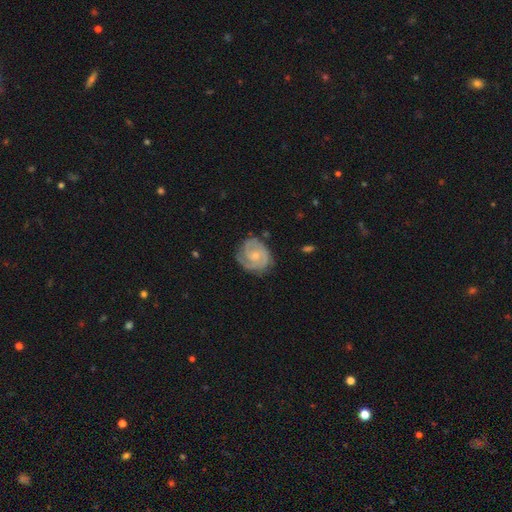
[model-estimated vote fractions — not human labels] smooth-or-featured: featured or disk: 83% | smooth: 12% | star or artifact: 5%
  disk-edge-on: no: 98% | yes: 2%
    bar: no: 73% | weak: 23% | strong: 4%
    has-spiral-arms: yes: 96% | no: 4%
      spiral-winding: tight: 62% | medium: 31% | loose: 7%
      spiral-arm-count: 2: 46% | 3: 25% | can't tell: 16% | 1: 6% | 4: 4% | more than 4: 3%
    bulge-size: small: 64% | moderate: 32% | none: 2% | large: 1% | dominant: 1%
  merging: none: 72% | minor disturbance: 20% | major disturbance: 6% | merger: 2%